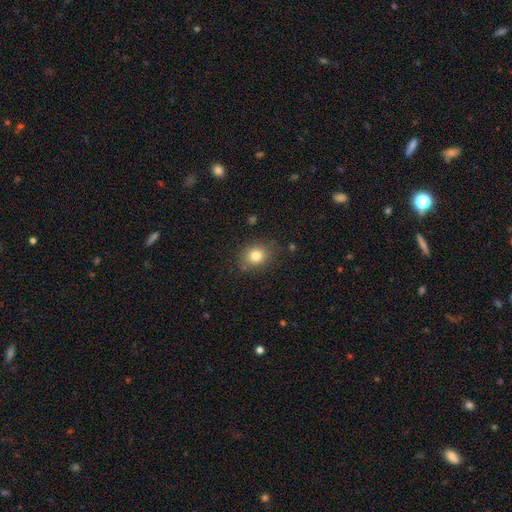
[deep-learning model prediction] The model was most divided on "how rounded": round: 59%, in between: 40%, cigar-shaped: 1%. More confident: merging — none (82%); smooth or featured — smooth (80%).